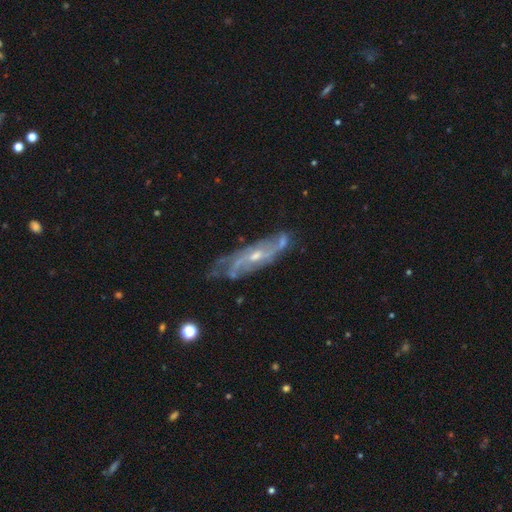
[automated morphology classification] Smooth or featured?
  - featured or disk: 85% *
  - smooth: 9%
  - star or artifact: 6%
Edge-on disk?
  - no: 78% *
  - yes: 22%
Bar?
  - no: 48% *
  - weak: 40%
  - strong: 13%
Spiral arms?
  - yes: 93% *
  - no: 7%
Spiral winding?
  - medium: 44% *
  - tight: 30%
  - loose: 25%
Spiral arm count?
  - 2: 44% *
  - can't tell: 29%
  - 3: 14%
  - 4: 6%
  - 1: 4%
  - more than 4: 4%
Bulge size?
  - small: 53% *
  - moderate: 43%
  - none: 2%
  - large: 1%
  - dominant: 1%
Merging?
  - none: 63% *
  - minor disturbance: 24%
  - major disturbance: 9%
  - merger: 4%